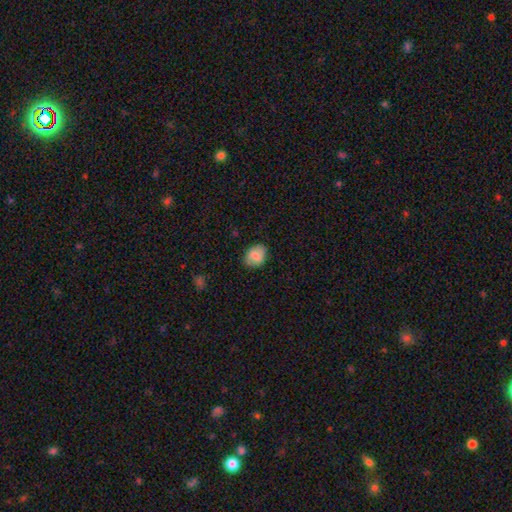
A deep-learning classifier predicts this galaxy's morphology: smooth-or-featured: smooth: 80% | featured or disk: 12% | star or artifact: 8%
  how-rounded: in between: 66% | round: 32% | cigar-shaped: 1%
  merging: none: 83% | minor disturbance: 13% | major disturbance: 3% | merger: 1%